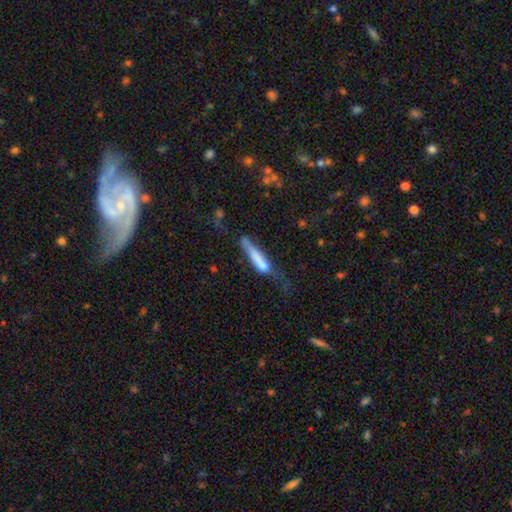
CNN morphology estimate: Smooth or featured: smooth — 67% (featured or disk — 25%)
How rounded: cigar-shaped — 84% (in between — 14%)
Merging: none — 31% (major disturbance — 30%)